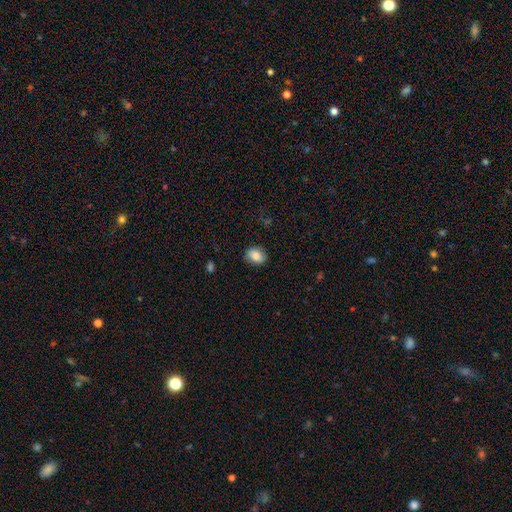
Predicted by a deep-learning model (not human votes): Smooth or featured? smooth (84%)
How rounded? in between (66%)
Merging? none (80%)